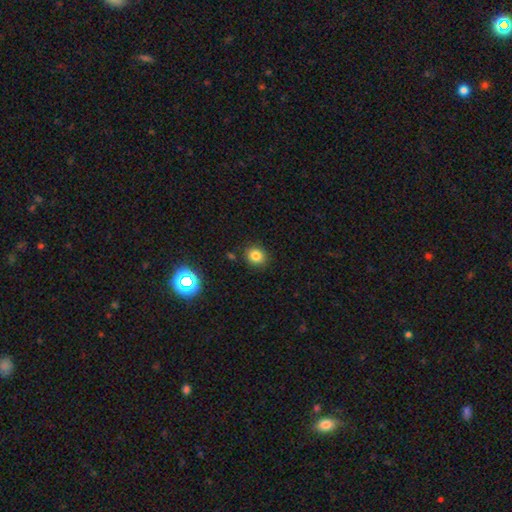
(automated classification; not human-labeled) Overall: smooth (80%). How rounded: round (79%). Merging: none (88%).